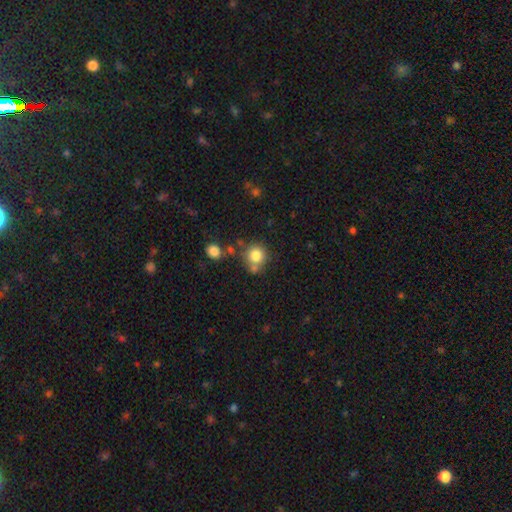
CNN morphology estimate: Smooth or featured? Predicted: smooth (p=0.80). How rounded? Predicted: round (p=0.88). Merging? Predicted: none (p=0.63).